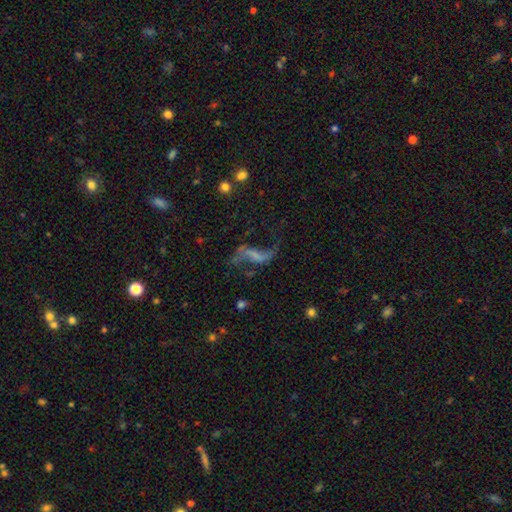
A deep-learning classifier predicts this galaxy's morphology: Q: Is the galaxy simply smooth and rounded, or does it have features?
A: featured or disk — 68%.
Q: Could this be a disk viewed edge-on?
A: no — 95%.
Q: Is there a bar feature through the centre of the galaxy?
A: no — 41%.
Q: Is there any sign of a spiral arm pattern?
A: yes — 79%.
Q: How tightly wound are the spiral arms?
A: loose — 92%.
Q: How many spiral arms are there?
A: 2 — 87%.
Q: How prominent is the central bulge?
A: none — 71%.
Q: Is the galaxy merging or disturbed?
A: none — 44%.